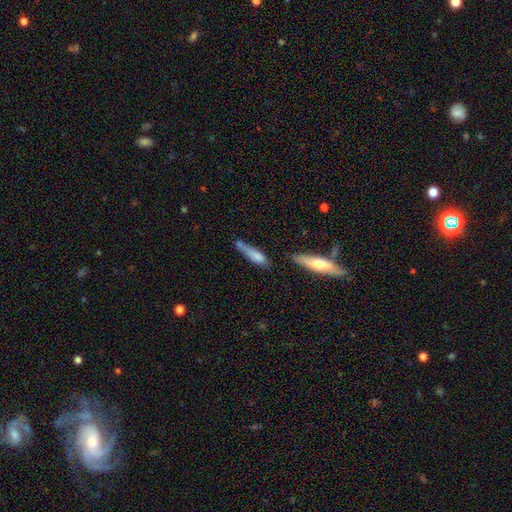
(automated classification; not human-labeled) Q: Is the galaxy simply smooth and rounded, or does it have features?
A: smooth — 69%.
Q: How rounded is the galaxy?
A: cigar-shaped — 74%.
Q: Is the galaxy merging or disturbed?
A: none — 37%.